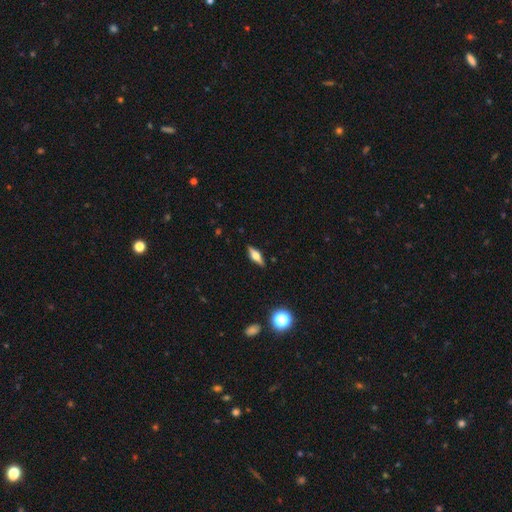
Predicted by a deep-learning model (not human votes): This is possibly a featured or disk galaxy (50%). It is clearly viewed edge-on (92%). Merging: clearly none (88%).